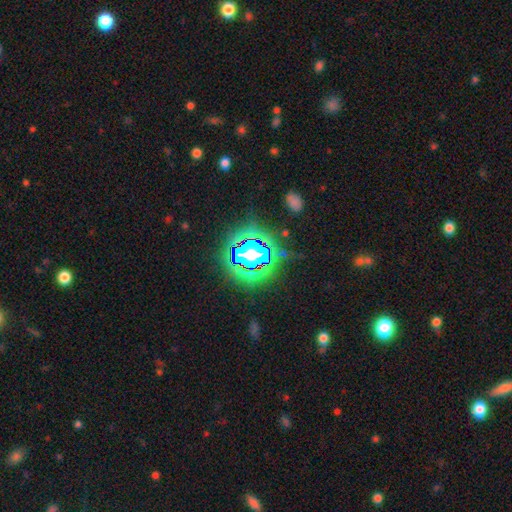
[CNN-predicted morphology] Q: Smooth or featured?
A: star or artifact (78%); runner-up: smooth (13%)